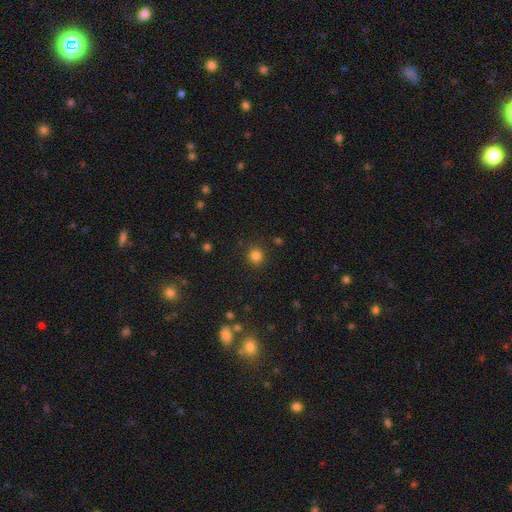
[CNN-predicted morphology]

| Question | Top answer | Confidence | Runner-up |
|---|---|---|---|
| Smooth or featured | smooth | 82% | star or artifact (14%) |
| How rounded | round | 93% | in between (6%) |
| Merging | none | 89% | minor disturbance (6%) |